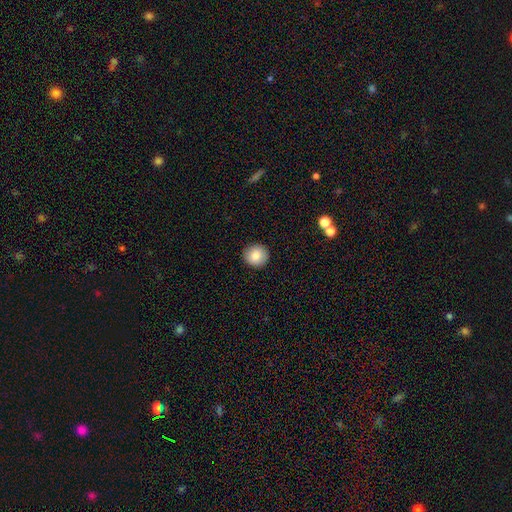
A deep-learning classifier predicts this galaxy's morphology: This is clearly a smooth galaxy (84%). How rounded: clearly round (93%). Merging: clearly none (92%).